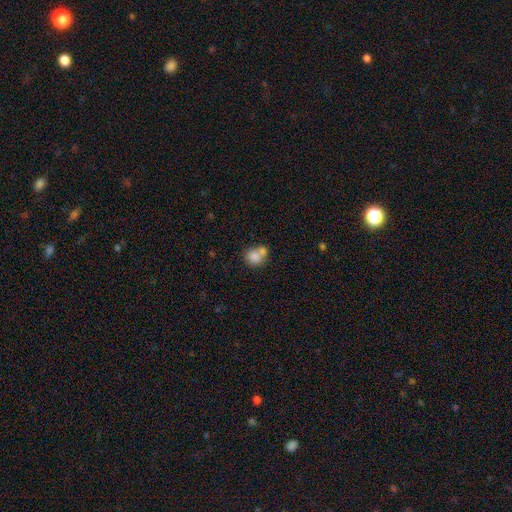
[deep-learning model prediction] smooth-or-featured: smooth: 80% | featured or disk: 11% | star or artifact: 10%
  how-rounded: round: 73% | in between: 26% | cigar-shaped: 1%
  merging: merger: 50% | none: 36% | minor disturbance: 10% | major disturbance: 5%